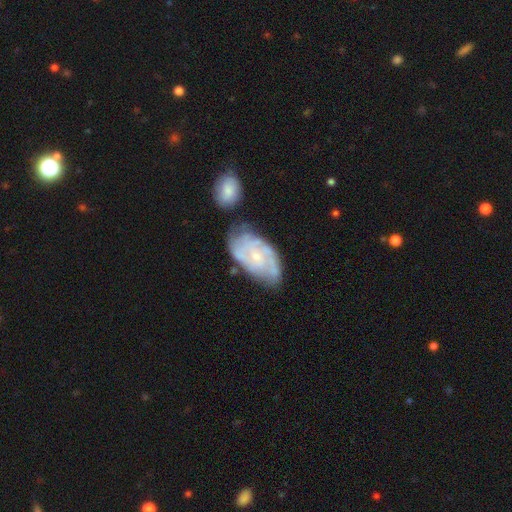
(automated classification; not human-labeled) Smooth or featured? featured or disk (76%)
Edge-on disk? no (95%)
Bar? no (68%)
Spiral arms? yes (90%)
Spiral winding? tight (56%)
Spiral arm count? can't tell (38%)
Bulge size? small (74%)
Merging? none (58%)